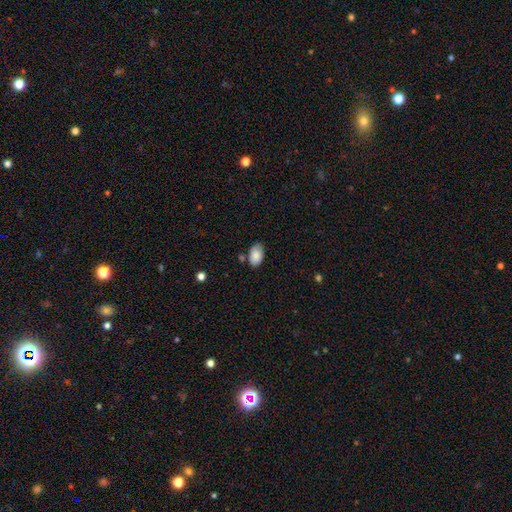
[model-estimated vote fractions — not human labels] Q: Smooth or featured?
A: smooth (86%); runner-up: star or artifact (7%)
Q: How rounded?
A: in between (92%); runner-up: round (7%)
Q: Merging?
A: none (72%); runner-up: minor disturbance (19%)